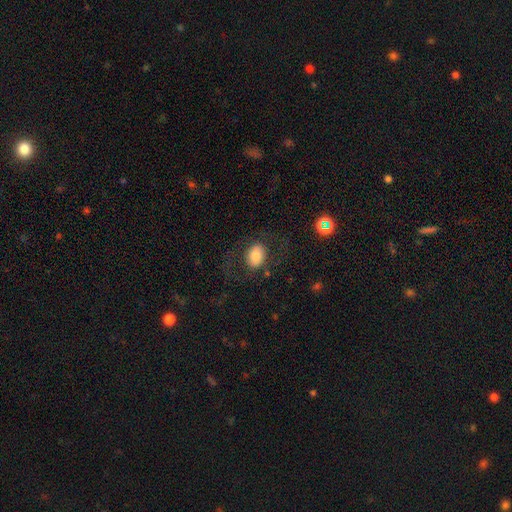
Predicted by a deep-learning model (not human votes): This is likely a smooth galaxy (71%). How rounded: likely in between (66%). Merging: likely none (72%).